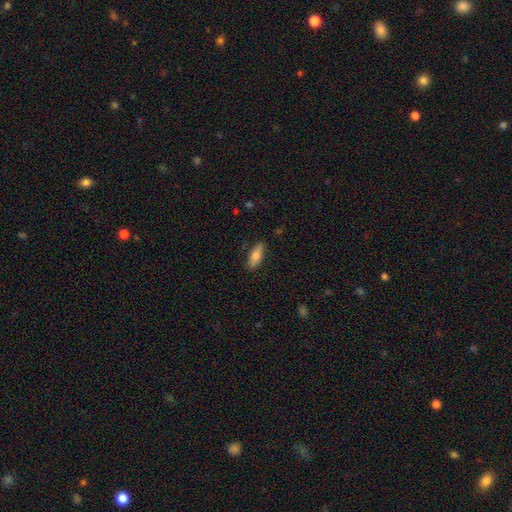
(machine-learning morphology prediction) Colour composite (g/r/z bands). It shows a smooth galaxy with no disk features (78%) that is in between round and cigar-shaped (72%). Merging: none (84%).